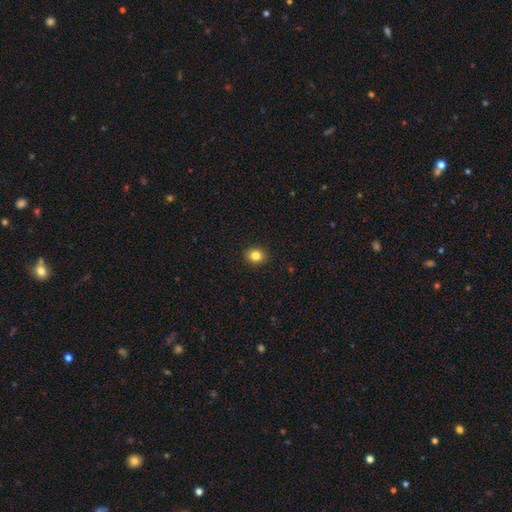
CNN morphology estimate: Smooth or featured? smooth (83%)
How rounded? round (69%)
Merging? none (92%)